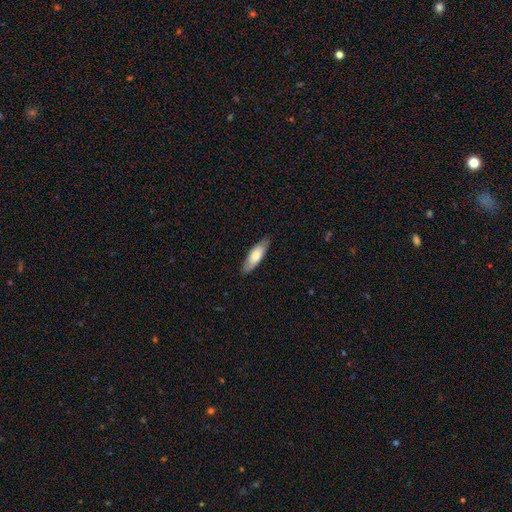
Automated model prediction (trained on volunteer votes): Q: Smooth or featured?
A: smooth (69%); runner-up: featured or disk (26%)
Q: How rounded?
A: in between (58%); runner-up: cigar-shaped (41%)
Q: Merging?
A: none (86%); runner-up: minor disturbance (11%)